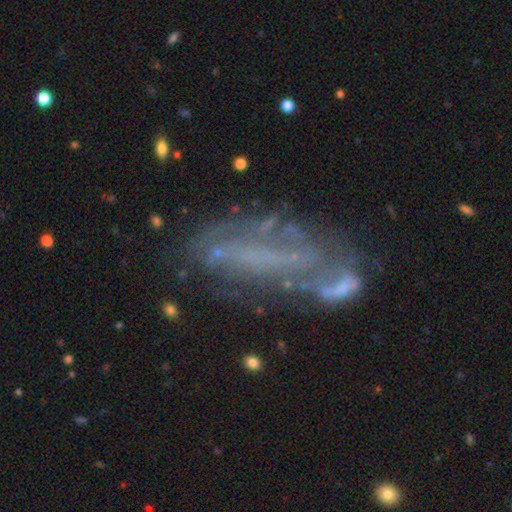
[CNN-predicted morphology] smooth_or_featured: featured or disk (p=0.63) [alt: smooth p=0.23]
disk_edge_on: no (p=0.82) [alt: yes p=0.18]
bar: no (p=0.61) [alt: strong p=0.20]
has_spiral_arms: no (p=0.67) [alt: yes p=0.33]
bulge_size: none (p=0.79) [alt: small p=0.12]
merging: none (p=0.40) [alt: major disturbance p=0.26]